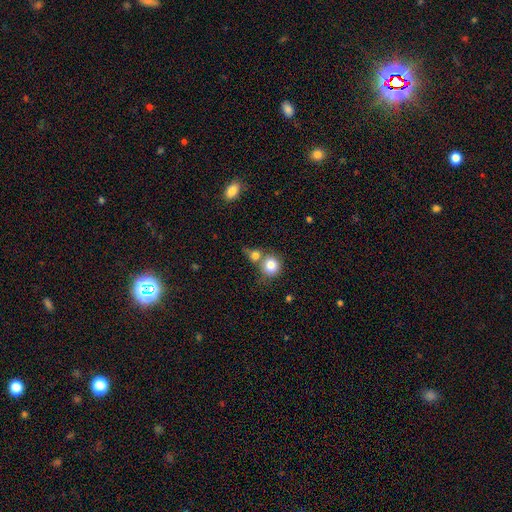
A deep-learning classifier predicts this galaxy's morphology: This is clearly a smooth galaxy (80%). How rounded: likely round (79%). Merging: marginally merger (43%, tied with none).